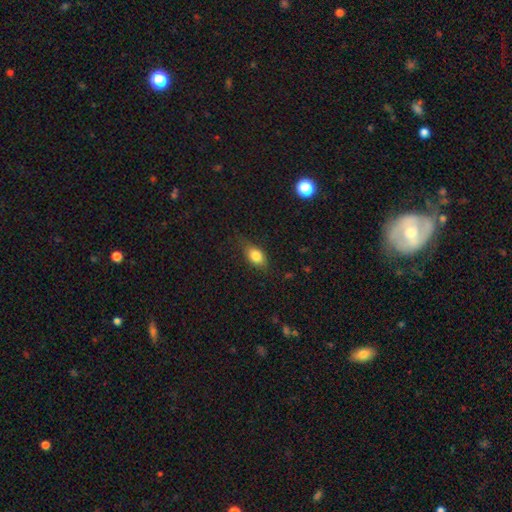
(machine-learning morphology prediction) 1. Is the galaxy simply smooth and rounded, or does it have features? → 80% smooth, 11% featured or disk, 8% star or artifact.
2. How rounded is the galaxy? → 81% in between, 14% round, 5% cigar-shaped.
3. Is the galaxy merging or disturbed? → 72% none, 21% minor disturbance, 6% major disturbance, 1% merger.